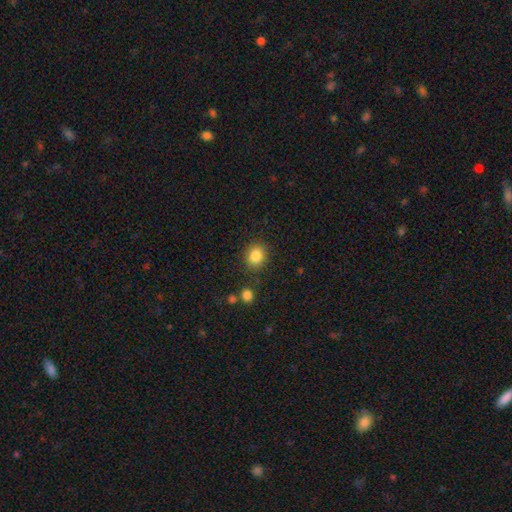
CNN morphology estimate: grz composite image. It shows a smooth galaxy with no disk features (85%) that is round (70%). Merging: none (85%).